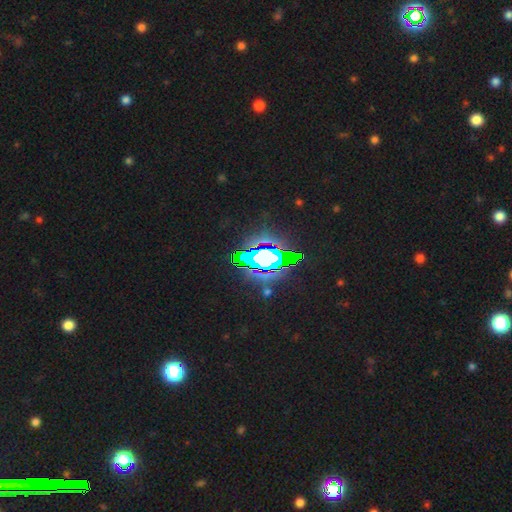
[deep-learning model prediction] This appears to be a star or artifact, not a galaxy (69%).